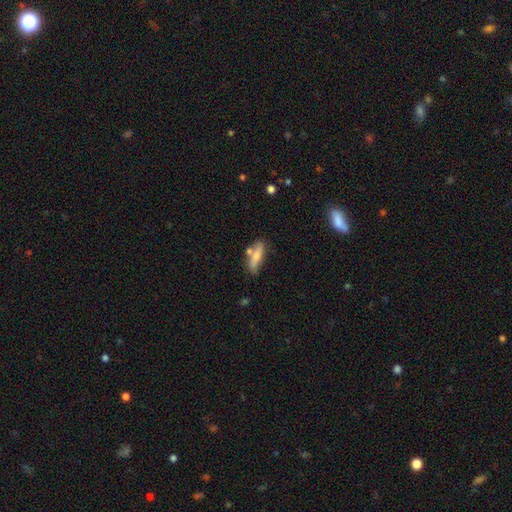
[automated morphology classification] Smooth or featured?
  - smooth: 60% *
  - featured or disk: 33%
  - star or artifact: 7%
How rounded?
  - cigar-shaped: 55% *
  - in between: 42%
  - round: 3%
Merging?
  - none: 59% *
  - minor disturbance: 20%
  - merger: 16%
  - major disturbance: 5%